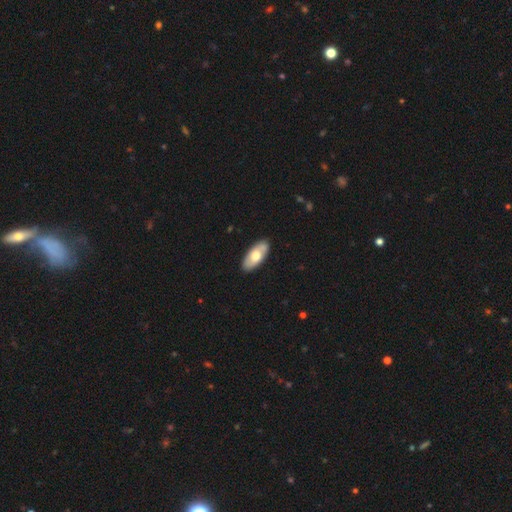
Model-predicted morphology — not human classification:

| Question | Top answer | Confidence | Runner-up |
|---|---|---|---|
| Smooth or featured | smooth | 58% | featured or disk (37%) |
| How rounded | in between | 88% | cigar-shaped (9%) |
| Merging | none | 86% | minor disturbance (11%) |